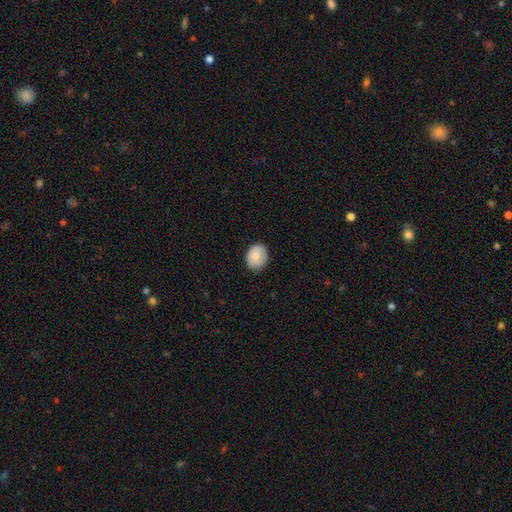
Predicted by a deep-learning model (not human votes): Smooth or featured? Predicted: smooth (p=0.86). How rounded? Predicted: in between (p=0.61). Merging? Predicted: none (p=0.82).